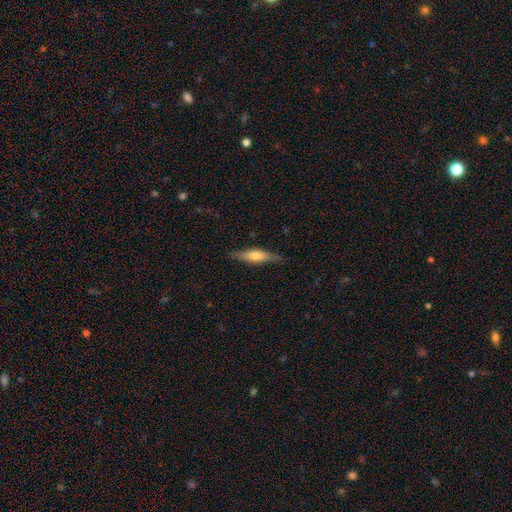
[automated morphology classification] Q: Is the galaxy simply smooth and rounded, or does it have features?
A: smooth — 49%.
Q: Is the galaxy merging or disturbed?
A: none — 85%.